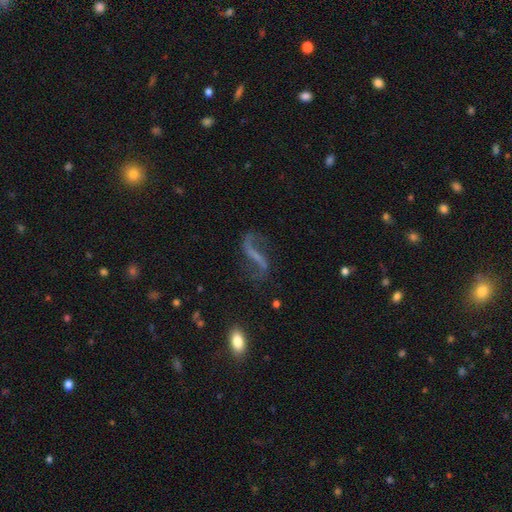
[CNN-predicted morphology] type=featured or disk (81%); edge-on=no (94%); bar=strong (52%); spiral arms=yes (90%); winding=loose (89%); arm count=2 (90%); bulge=none (64%); merging=none (68%).